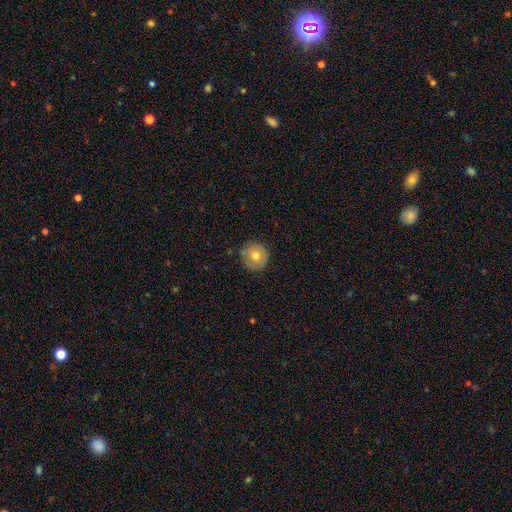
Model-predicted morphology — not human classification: Smooth or featured? smooth (70%)
How rounded? round (94%)
Merging? none (81%)